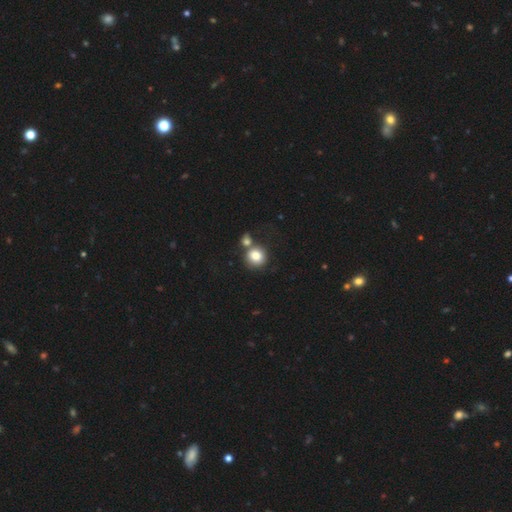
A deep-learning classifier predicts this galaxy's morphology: smooth_or_featured: smooth (p=0.81) [alt: star or artifact p=0.09]
how_rounded: round (p=0.87) [alt: in between p=0.12]
merging: none (p=0.51) [alt: merger p=0.34]